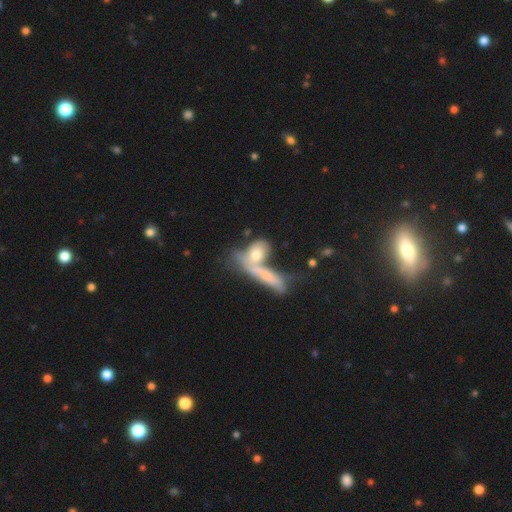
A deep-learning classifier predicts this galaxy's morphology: Smooth or featured: smooth — 57% (featured or disk — 33%)
How rounded: in between — 56% (cigar-shaped — 28%)
Merging: merger — 59% (none — 23%)